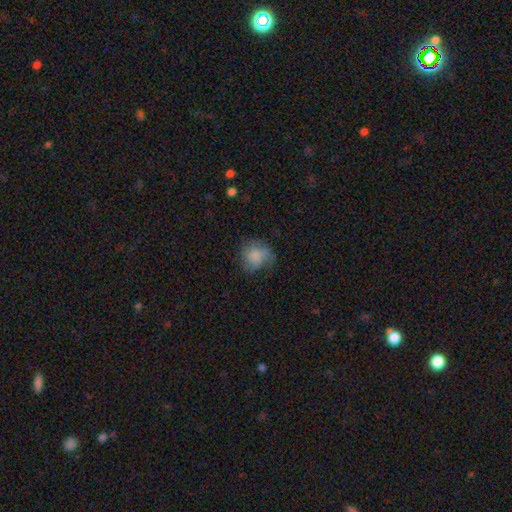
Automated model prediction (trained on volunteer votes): This appears to be a smooth galaxy with no disk features (62%) that is round (76%). Merging: none (54%).